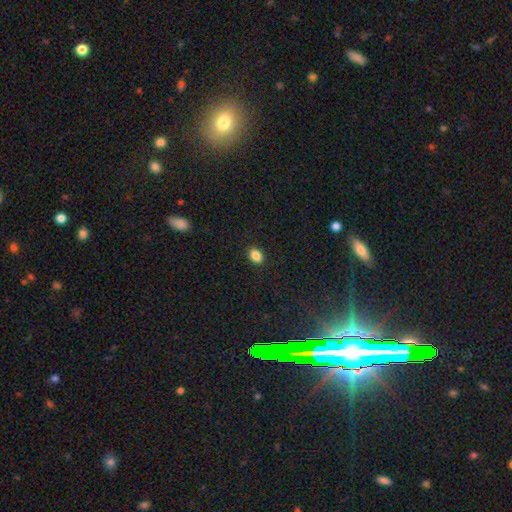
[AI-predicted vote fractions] Smooth or featured?
  - smooth: 86% *
  - star or artifact: 9%
  - featured or disk: 4%
How rounded?
  - in between: 75% *
  - round: 24%
  - cigar-shaped: 1%
Merging?
  - none: 90% *
  - minor disturbance: 7%
  - major disturbance: 2%
  - merger: 1%